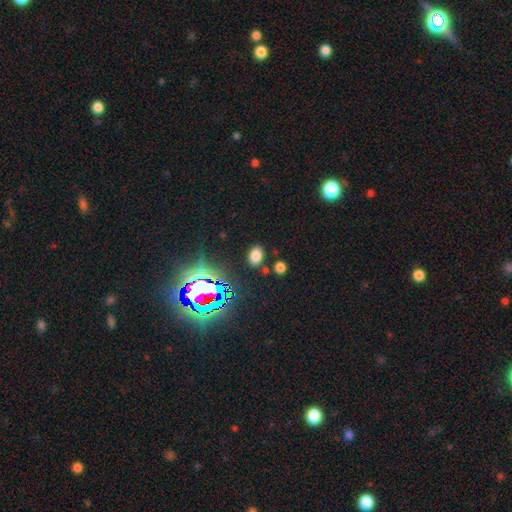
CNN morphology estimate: smooth-or-featured: smooth: 71% | star or artifact: 22% | featured or disk: 6%
  how-rounded: in between: 75% | round: 23% | cigar-shaped: 1%
  merging: none: 83% | minor disturbance: 9% | merger: 4% | major disturbance: 3%